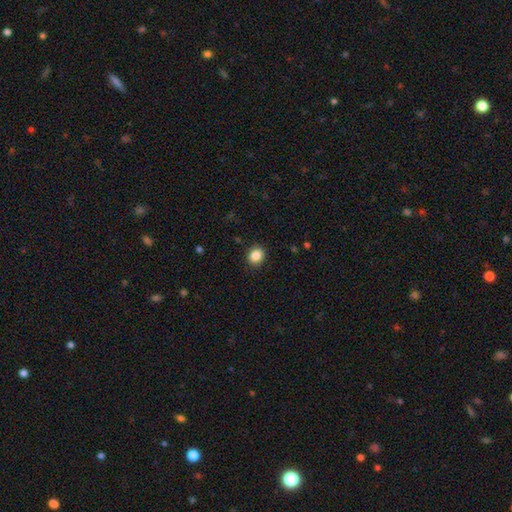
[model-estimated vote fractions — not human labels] smooth-or-featured: smooth: 86% | star or artifact: 10% | featured or disk: 4%
  how-rounded: round: 71% | in between: 29% | cigar-shaped: 1%
  merging: none: 90% | minor disturbance: 7% | major disturbance: 2% | merger: 1%